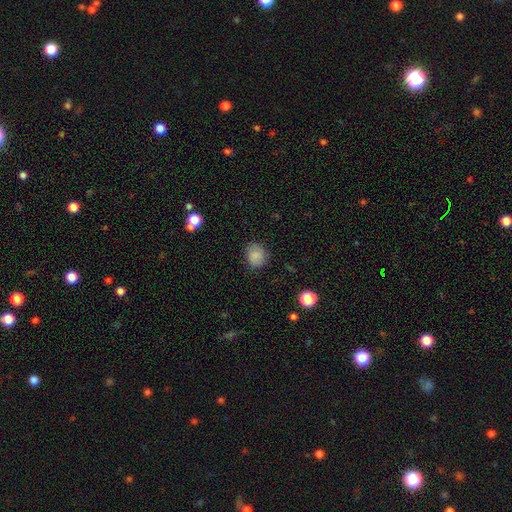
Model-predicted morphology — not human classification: smooth_or_featured: smooth (p=0.83) [alt: star or artifact p=0.09]
how_rounded: round (p=0.70) [alt: in between p=0.29]
merging: none (p=0.82) [alt: minor disturbance p=0.14]